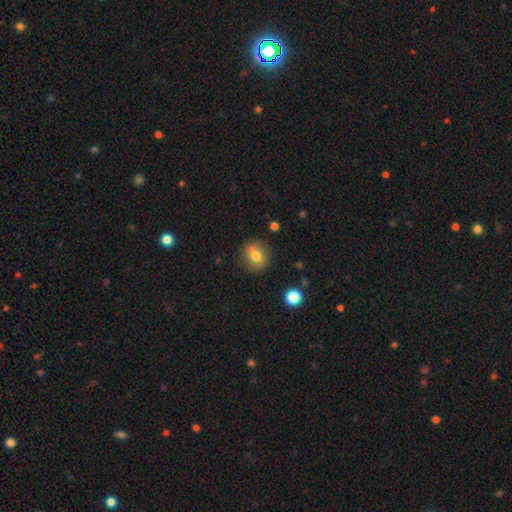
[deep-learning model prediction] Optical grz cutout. It shows a smooth galaxy with no disk features (75%) that is round (73%). Merging: none (83%).